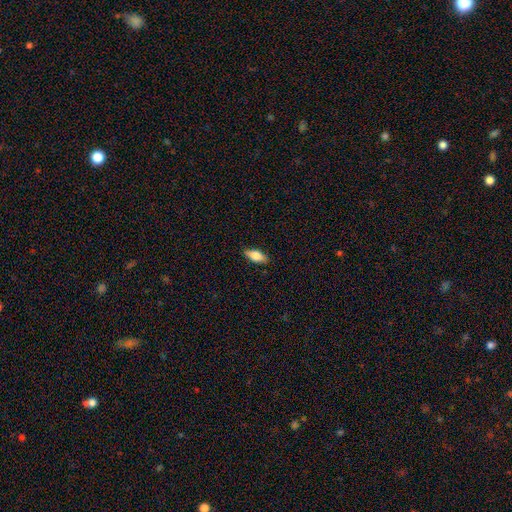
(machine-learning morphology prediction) smooth 72%, featured or disk 21%, star or artifact 7%. Down the decision tree: how rounded — in between (78%); merging — none (87%).